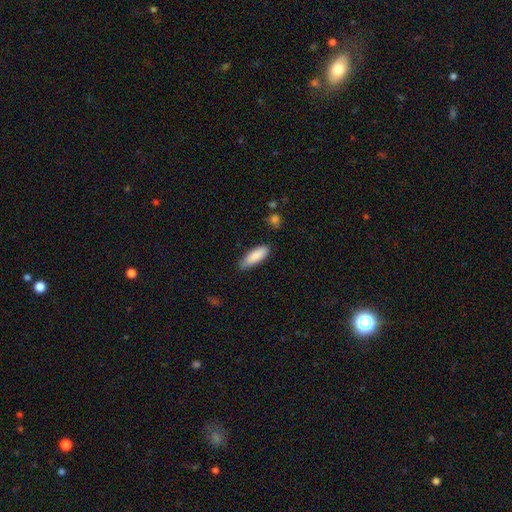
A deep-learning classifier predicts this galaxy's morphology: Smooth or featured?
  - smooth: 87% *
  - featured or disk: 7%
  - star or artifact: 6%
How rounded?
  - in between: 60% *
  - cigar-shaped: 38%
  - round: 2%
Merging?
  - none: 79% *
  - minor disturbance: 17%
  - major disturbance: 3%
  - merger: 2%